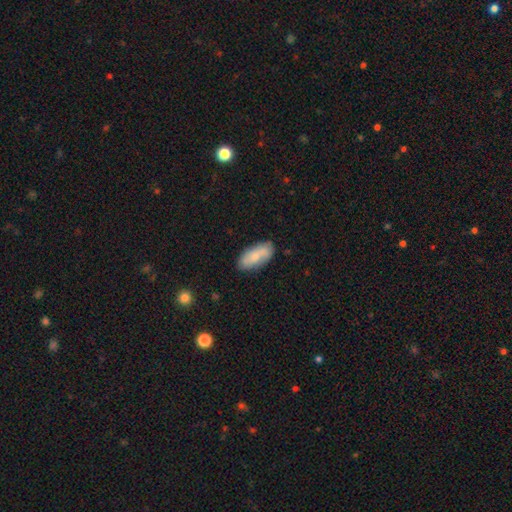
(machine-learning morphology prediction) This is likely a smooth galaxy (67%). How rounded: clearly in between (87%). Merging: likely none (76%).